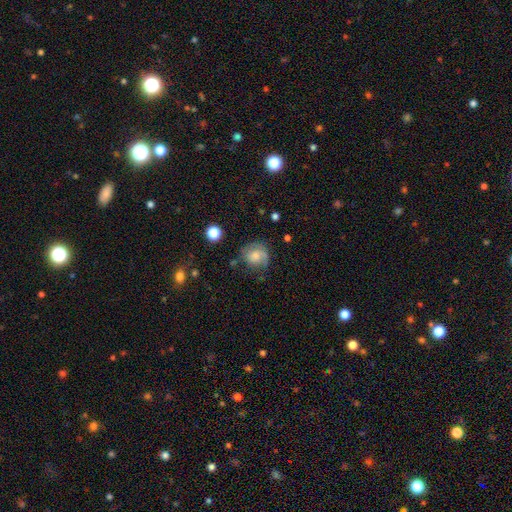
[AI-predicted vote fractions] Morphology: type=smooth (48%); merging=none (58%).